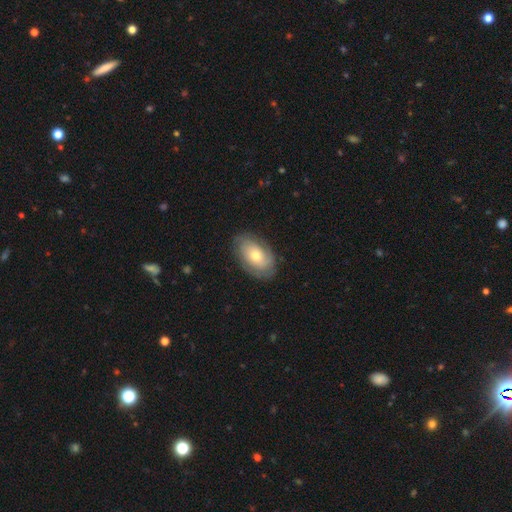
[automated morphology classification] This appears to be a smooth galaxy with no disk features (47%). Merging: none (79%).